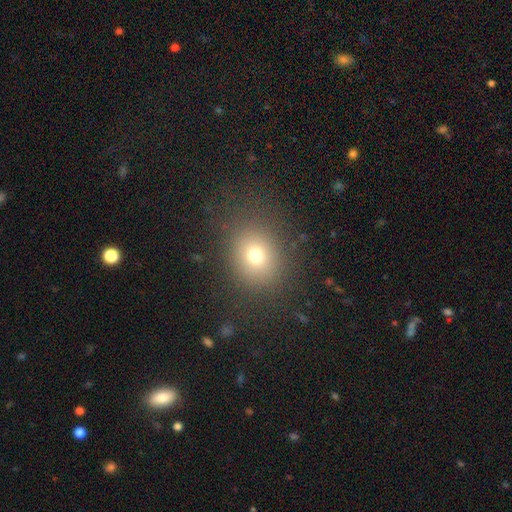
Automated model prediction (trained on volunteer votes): Overall: smooth (73%). How rounded: round (71%). Merging: none (83%).